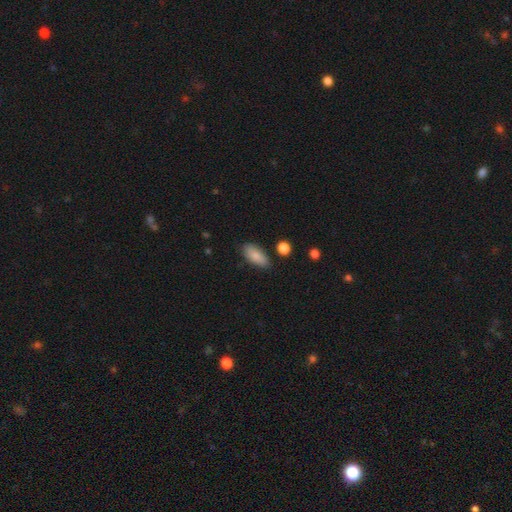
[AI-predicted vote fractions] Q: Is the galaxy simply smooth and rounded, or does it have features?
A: smooth — 84%.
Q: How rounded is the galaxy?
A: in between — 87%.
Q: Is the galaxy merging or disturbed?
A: none — 79%.